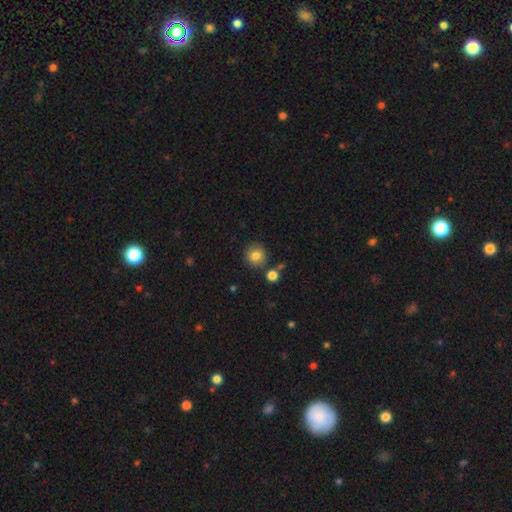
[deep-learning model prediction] This appears to be a smooth galaxy with no disk features (83%) that is round (92%). Merging: none (82%).